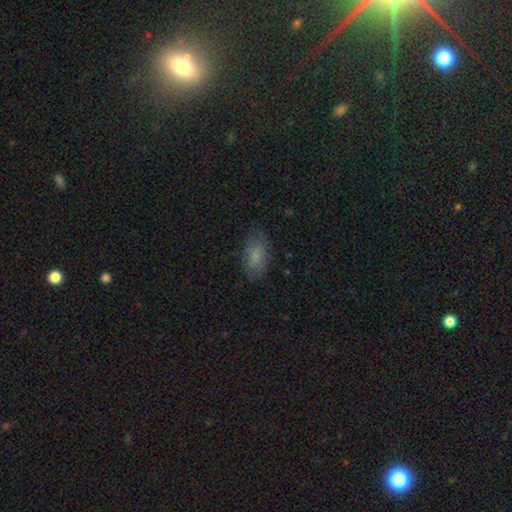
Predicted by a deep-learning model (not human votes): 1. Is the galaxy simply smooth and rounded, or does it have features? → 80% smooth, 12% featured or disk, 8% star or artifact.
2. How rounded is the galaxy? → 91% in between, 5% round, 4% cigar-shaped.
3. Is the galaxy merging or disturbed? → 78% none, 16% minor disturbance, 5% major disturbance, 1% merger.